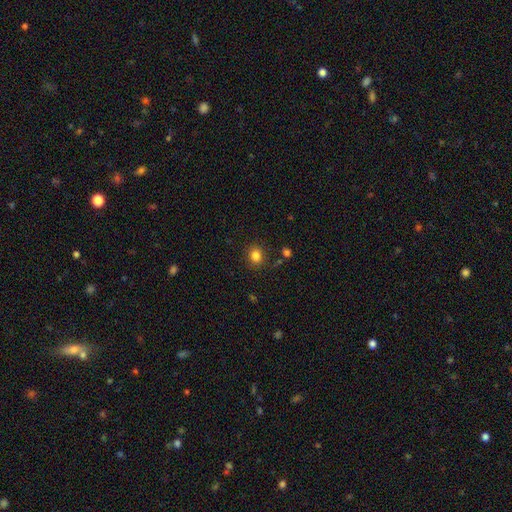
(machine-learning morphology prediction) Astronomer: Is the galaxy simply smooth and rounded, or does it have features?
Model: smooth — 83%.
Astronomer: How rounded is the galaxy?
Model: round — 63%.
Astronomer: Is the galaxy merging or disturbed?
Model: none — 86%.